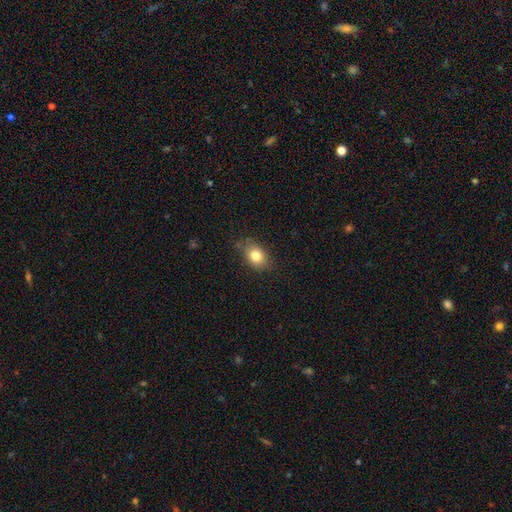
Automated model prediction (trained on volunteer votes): Smooth or featured?
  - smooth: 81% *
  - star or artifact: 10%
  - featured or disk: 9%
How rounded?
  - in between: 67% *
  - round: 32%
  - cigar-shaped: 1%
Merging?
  - none: 78% *
  - minor disturbance: 17%
  - major disturbance: 4%
  - merger: 1%